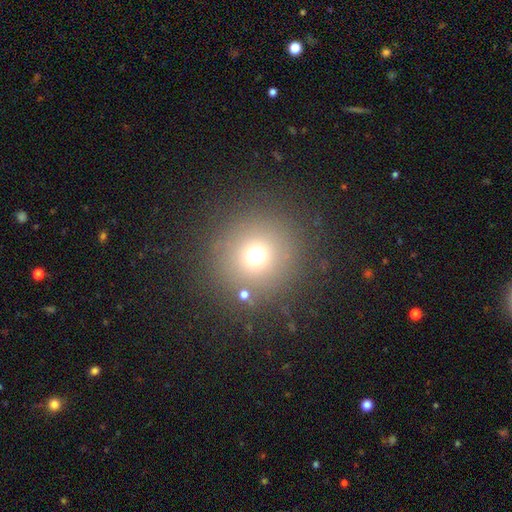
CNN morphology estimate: smooth-or-featured: smooth: 67% | star or artifact: 24% | featured or disk: 9%
  how-rounded: round: 94% | in between: 5% | cigar-shaped: 1%
  merging: none: 83% | minor disturbance: 7% | major disturbance: 5% | merger: 4%